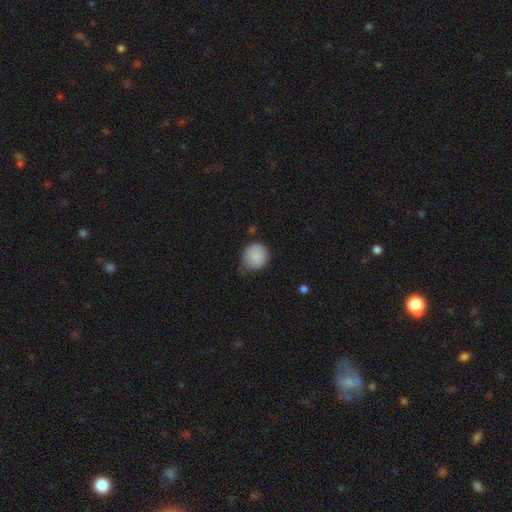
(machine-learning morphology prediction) A smooth galaxy with no disk features (86%) that is round (84%). Merging: none (51%).